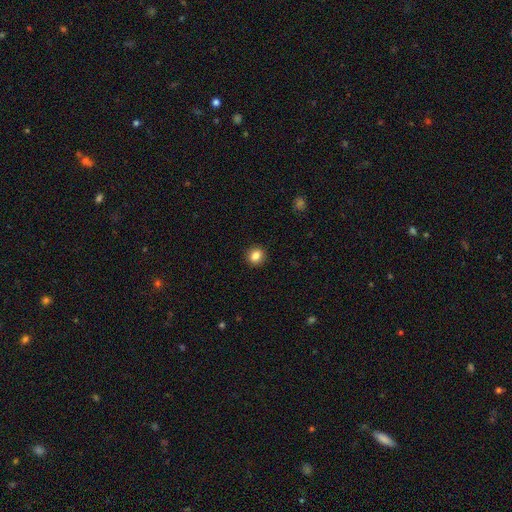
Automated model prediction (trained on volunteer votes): Smooth or featured?
  - smooth: 84% *
  - star or artifact: 10%
  - featured or disk: 6%
How rounded?
  - round: 86% *
  - in between: 13%
  - cigar-shaped: 1%
Merging?
  - none: 92% *
  - minor disturbance: 5%
  - major disturbance: 2%
  - merger: 1%